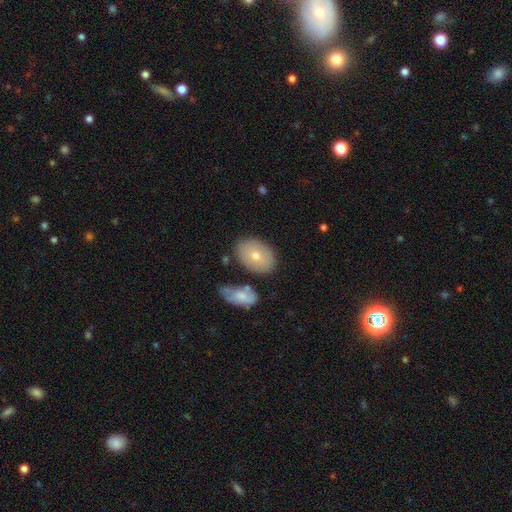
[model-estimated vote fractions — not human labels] smooth_or_featured: smooth (p=0.72) [alt: featured or disk p=0.21]
how_rounded: in between (p=0.84) [alt: round p=0.15]
merging: none (p=0.76) [alt: minor disturbance p=0.14]